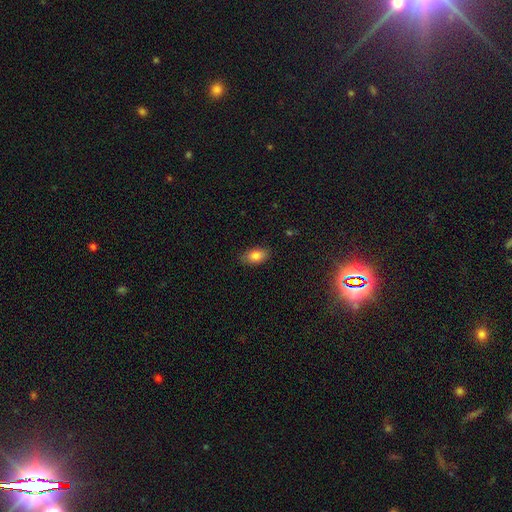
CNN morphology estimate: Q: Smooth or featured?
A: smooth (85%); runner-up: star or artifact (8%)
Q: How rounded?
A: in between (91%); runner-up: round (6%)
Q: Merging?
A: none (84%); runner-up: minor disturbance (13%)